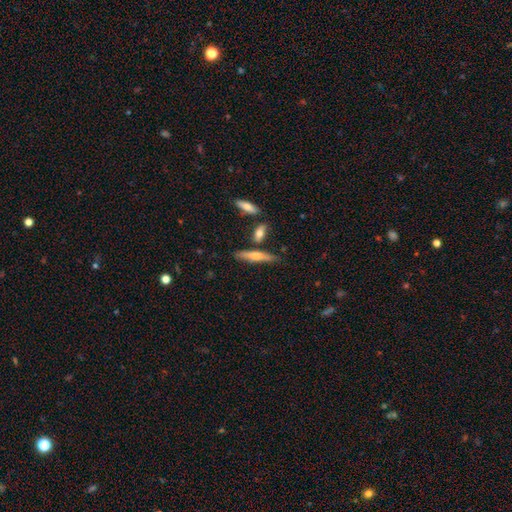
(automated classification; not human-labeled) Smooth or featured: smooth — 57% (featured or disk — 37%)
How rounded: cigar-shaped — 81% (in between — 17%)
Merging: none — 70% (minor disturbance — 16%)